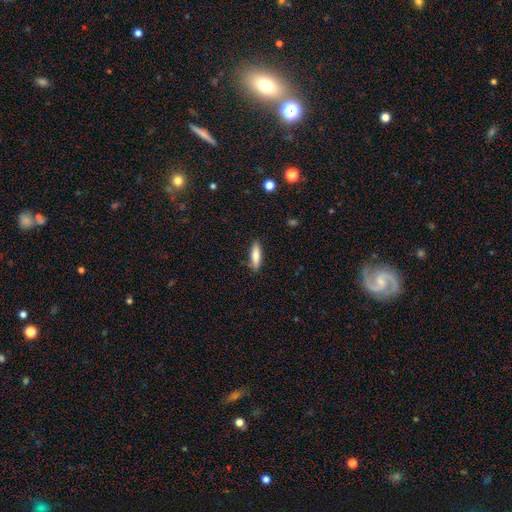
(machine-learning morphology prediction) Smooth or featured? Predicted: smooth (p=0.80). How rounded? Predicted: cigar-shaped (p=0.62). Merging? Predicted: none (p=0.86).